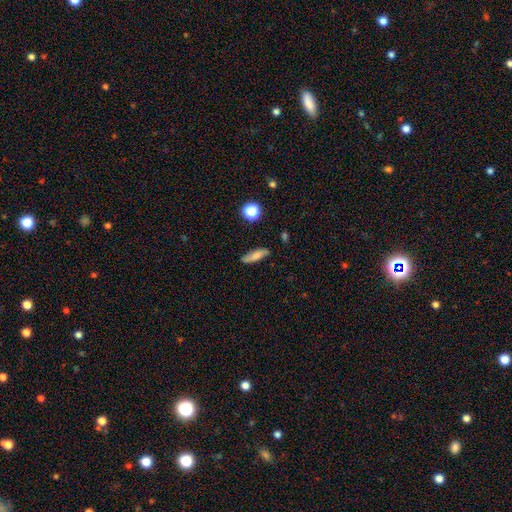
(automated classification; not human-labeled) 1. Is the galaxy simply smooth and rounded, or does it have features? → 66% smooth, 25% featured or disk, 9% star or artifact.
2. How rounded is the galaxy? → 58% cigar-shaped, 36% in between, 6% round.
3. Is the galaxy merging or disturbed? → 81% none, 14% minor disturbance, 3% major disturbance, 2% merger.